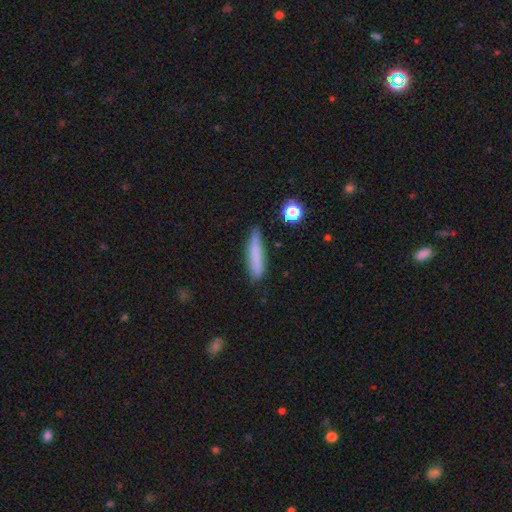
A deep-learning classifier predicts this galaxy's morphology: Overall: smooth (77%). How rounded: cigar-shaped (87%). Merging: none (78%).